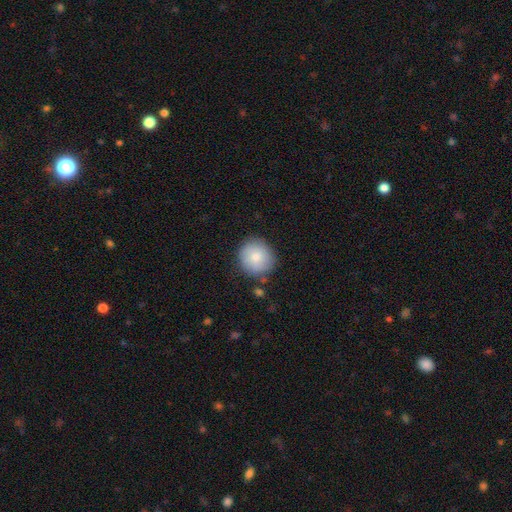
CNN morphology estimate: smooth 80%, featured or disk 13%, star or artifact 7%. Down the decision tree: how rounded — round (90%); merging — none (83%).